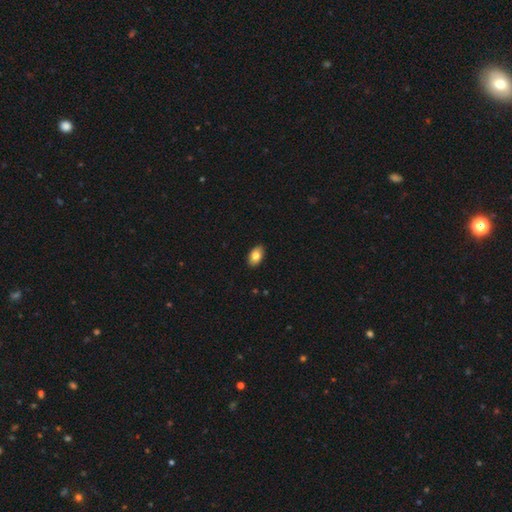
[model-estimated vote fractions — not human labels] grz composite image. It shows a smooth galaxy with no disk features (83%) that is in between round and cigar-shaped (92%). Merging: none (90%).